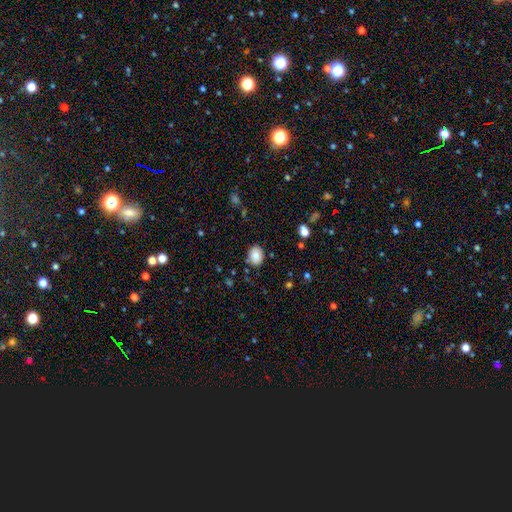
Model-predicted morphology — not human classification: The model was most divided on "how rounded": in between: 65%, round: 34%, cigar-shaped: 1%. More confident: smooth or featured — smooth (85%); merging — none (82%).